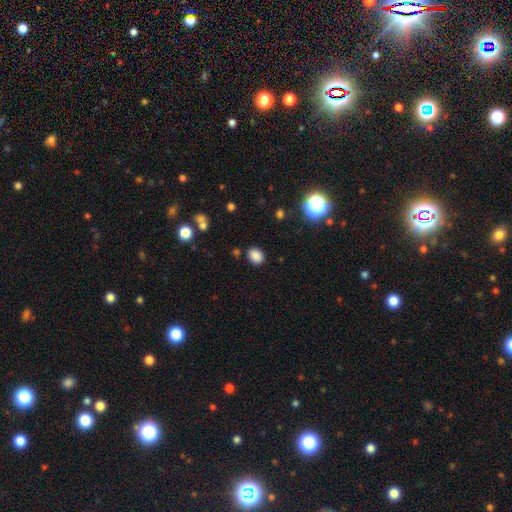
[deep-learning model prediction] This appears to be a smooth galaxy with no disk features (84%) that is in between round and cigar-shaped (52%). Merging: none (85%).